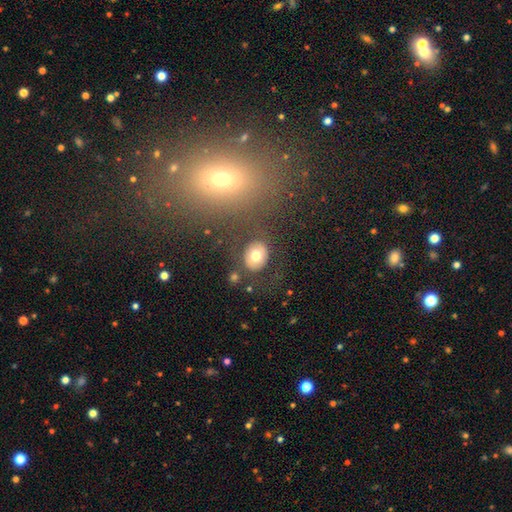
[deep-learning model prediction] Smooth or featured? smooth (68%)
How rounded? round (63%)
Merging? none (81%)